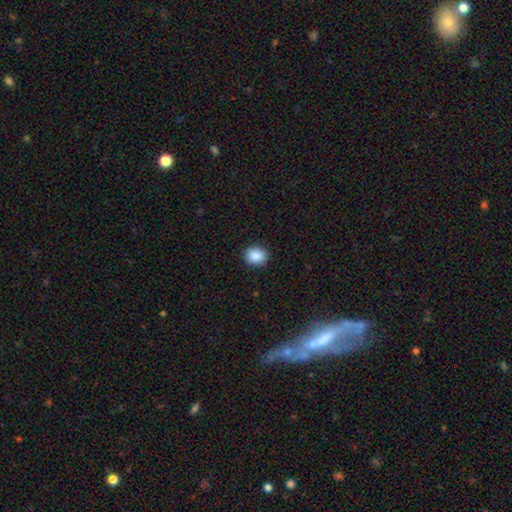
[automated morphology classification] This appears to be a smooth galaxy with no disk features (89%) that is round (55%). Merging: none (89%).